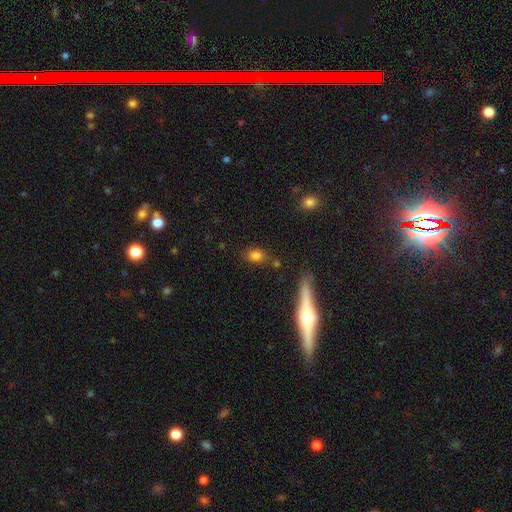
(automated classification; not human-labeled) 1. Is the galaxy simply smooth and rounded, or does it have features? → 79% smooth, 13% star or artifact, 9% featured or disk.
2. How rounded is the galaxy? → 69% in between, 27% round, 5% cigar-shaped.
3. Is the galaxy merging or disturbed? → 72% none, 15% minor disturbance, 7% merger, 5% major disturbance.